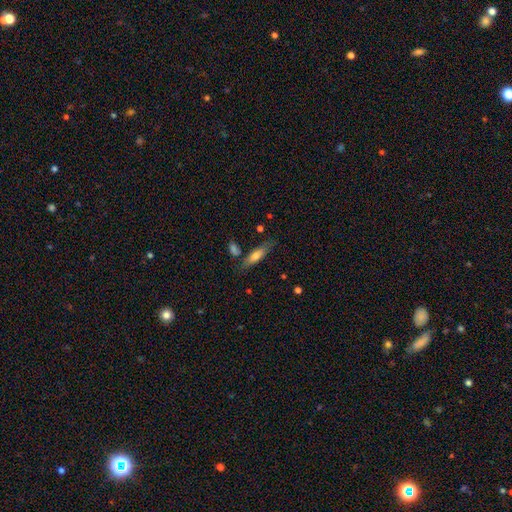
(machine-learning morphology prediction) This appears to be a smooth galaxy with no disk features (66%) that is cigar-shaped (62%). Merging: none (70%).